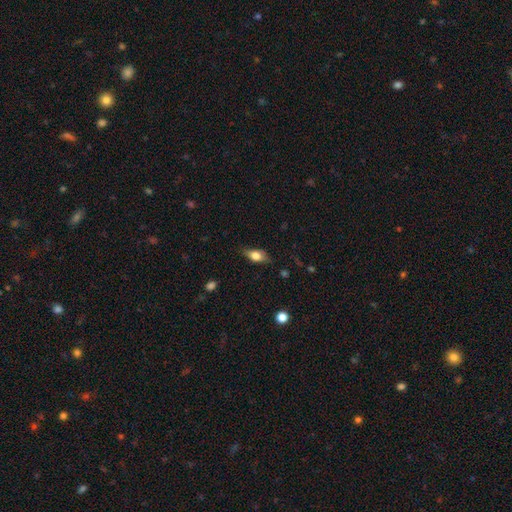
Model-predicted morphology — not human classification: type=smooth (70%); roundness=in between (81%); merging=none (76%).